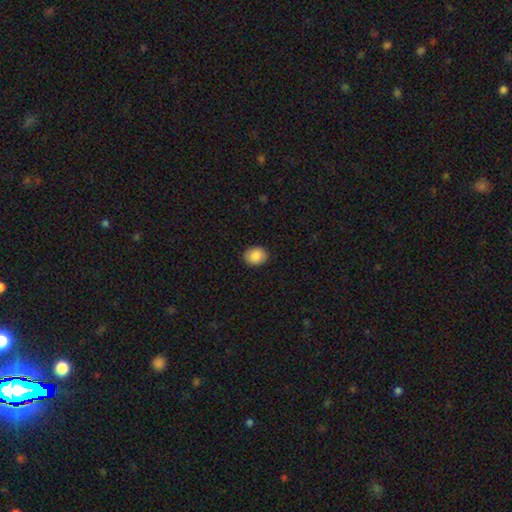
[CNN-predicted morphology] Q: Smooth or featured?
A: smooth (87%); runner-up: star or artifact (7%)
Q: How rounded?
A: round (55%); runner-up: in between (44%)
Q: Merging?
A: none (90%); runner-up: minor disturbance (7%)